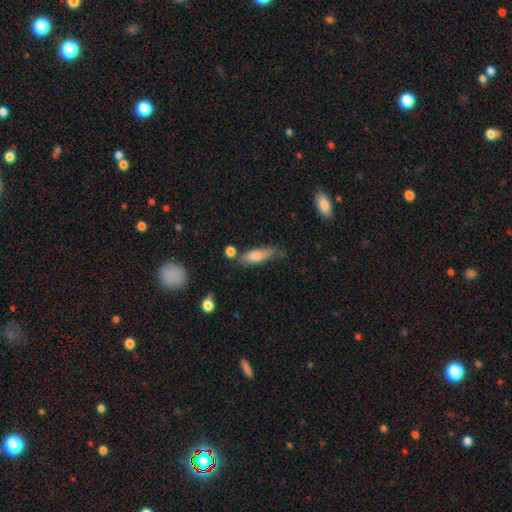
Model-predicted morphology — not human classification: Smooth or featured? Predicted: smooth (p=0.71). How rounded? Predicted: in between (p=0.48, tied with cigar-shaped). Merging? Predicted: none (p=0.46).